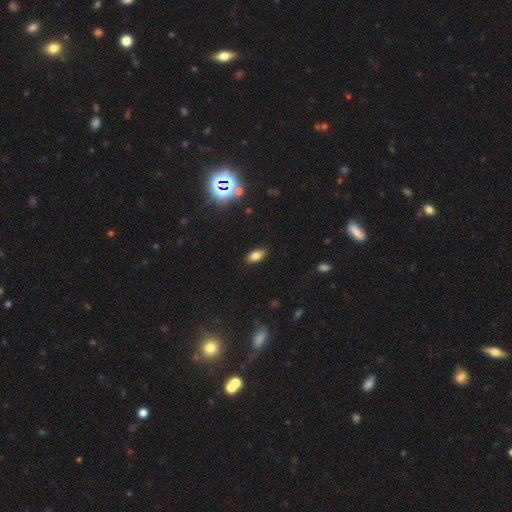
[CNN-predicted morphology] Q: Smooth or featured?
A: smooth (76%); runner-up: star or artifact (15%)
Q: How rounded?
A: in between (88%); runner-up: cigar-shaped (7%)
Q: Merging?
A: none (88%); runner-up: minor disturbance (9%)